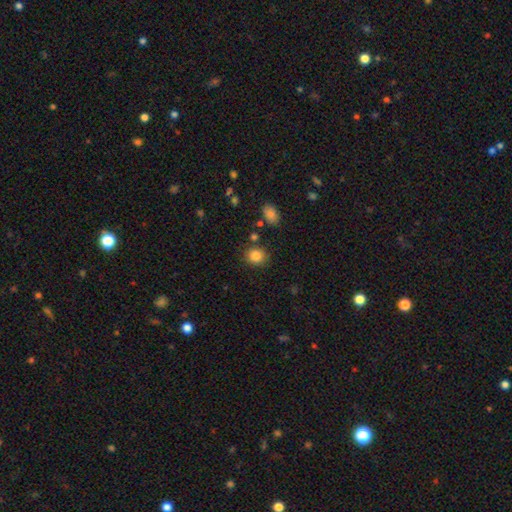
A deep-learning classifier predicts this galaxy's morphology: Smooth or featured?
  - smooth: 86% *
  - star or artifact: 10%
  - featured or disk: 4%
How rounded?
  - round: 76% *
  - in between: 24%
  - cigar-shaped: 1%
Merging?
  - none: 83% *
  - minor disturbance: 10%
  - merger: 4%
  - major disturbance: 3%